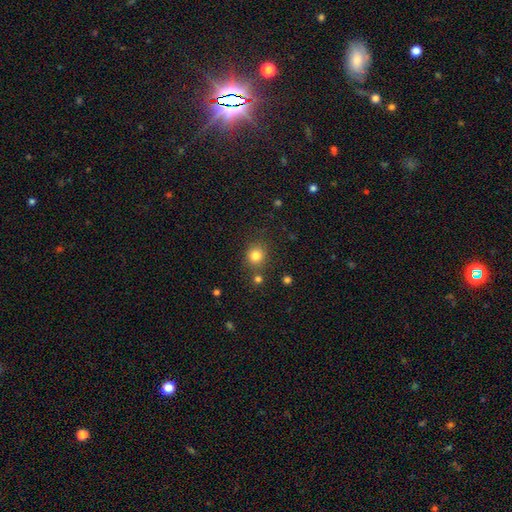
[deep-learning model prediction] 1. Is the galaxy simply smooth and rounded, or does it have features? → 80% smooth, 13% star or artifact, 6% featured or disk.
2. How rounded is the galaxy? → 85% round, 14% in between, 1% cigar-shaped.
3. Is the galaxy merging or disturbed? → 78% none, 9% minor disturbance, 9% merger, 3% major disturbance.